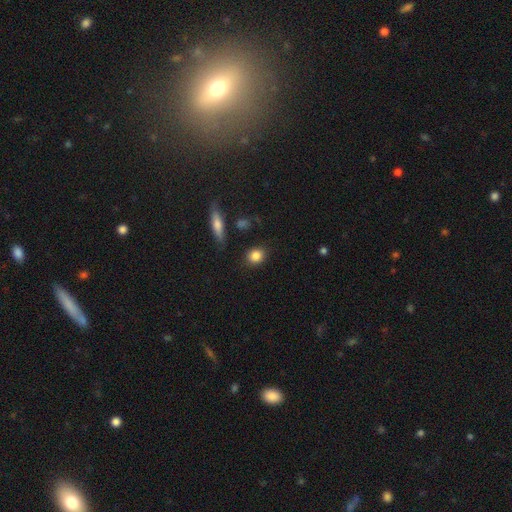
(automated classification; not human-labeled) Overall: smooth (85%). How rounded: round (68%; in between 30%). Merging: none (87%).